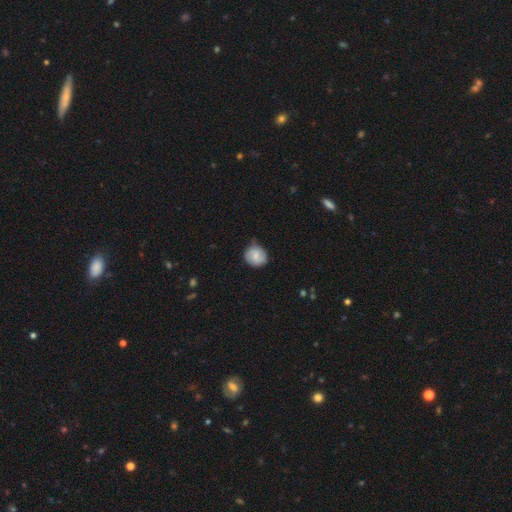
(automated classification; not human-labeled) Smooth or featured: smooth — 62% (featured or disk — 31%)
How rounded: round — 80% (in between — 19%)
Merging: none — 65% (minor disturbance — 28%)